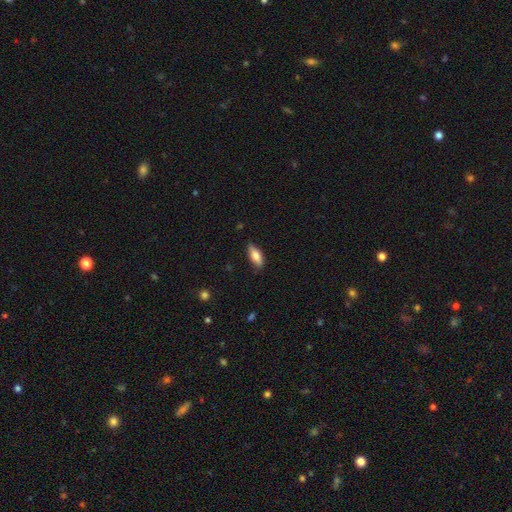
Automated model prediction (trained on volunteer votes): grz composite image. It shows a smooth galaxy with no disk features (75%) that is in between round and cigar-shaped (72%). Merging: none (82%).